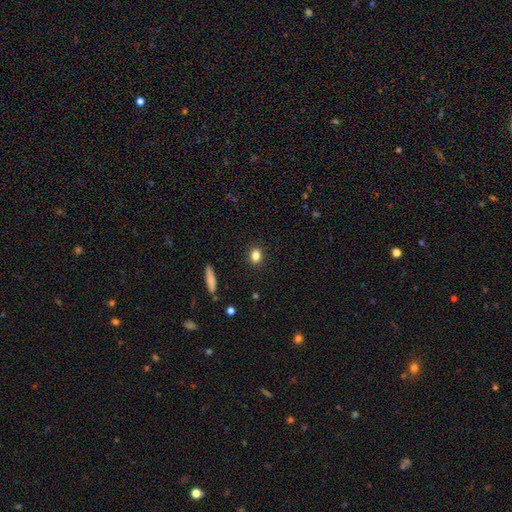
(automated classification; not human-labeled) smooth 83%, star or artifact 11%, featured or disk 7%. Down the decision tree: how rounded — round (49%); merging — none (90%).